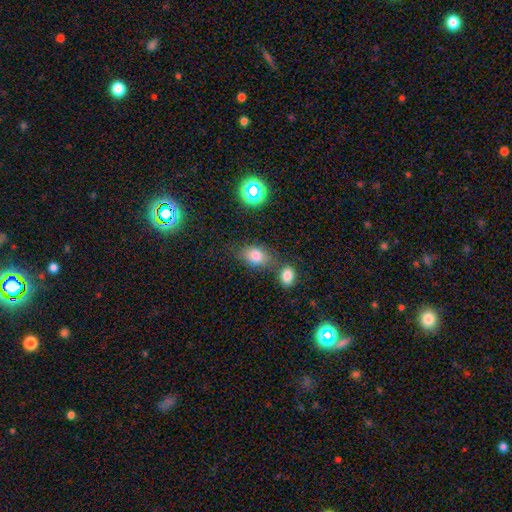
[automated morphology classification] smooth_or_featured: smooth (p=0.76) [alt: star or artifact p=0.13]
how_rounded: in between (p=0.78) [alt: round p=0.21]
merging: none (p=0.63) [alt: minor disturbance p=0.17]